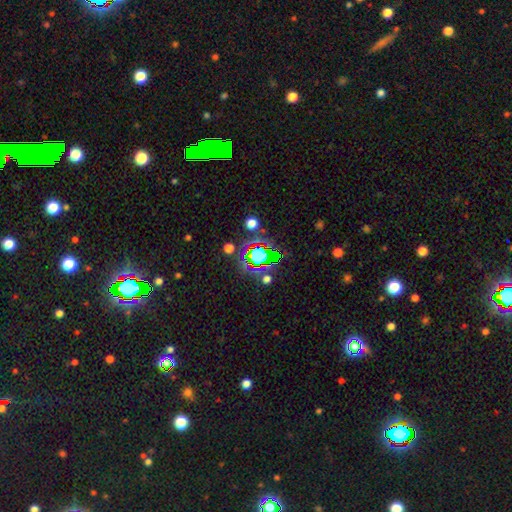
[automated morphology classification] A star or artifact, not a galaxy (54%).

Vote fractions:
- Smooth or featured? star or artifact: 54% / smooth: 30% / featured or disk: 16%